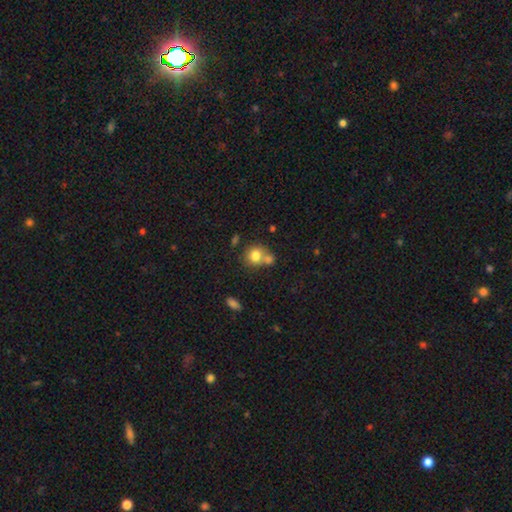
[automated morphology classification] A smooth galaxy with no disk features (78%) that is round (73%).

Vote fractions:
- Smooth or featured? smooth: 78% / featured or disk: 12% / star or artifact: 10%
- How rounded? round: 73% / in between: 26% / cigar-shaped: 1%
- Merging? none: 45% / merger: 41% / minor disturbance: 10% / major disturbance: 4%